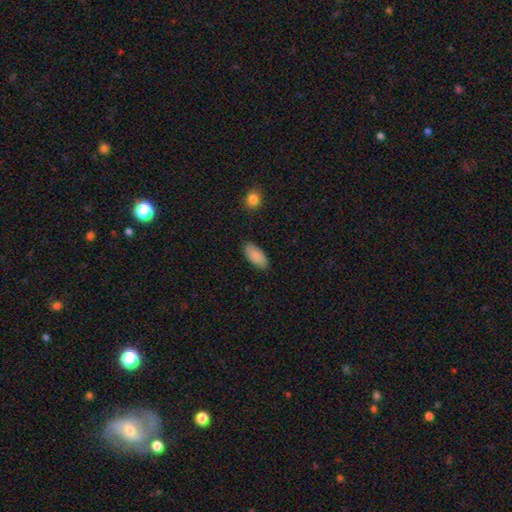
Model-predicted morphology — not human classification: Q: Smooth or featured?
A: smooth (88%); runner-up: star or artifact (6%)
Q: How rounded?
A: in between (92%); runner-up: cigar-shaped (6%)
Q: Merging?
A: none (84%); runner-up: minor disturbance (12%)